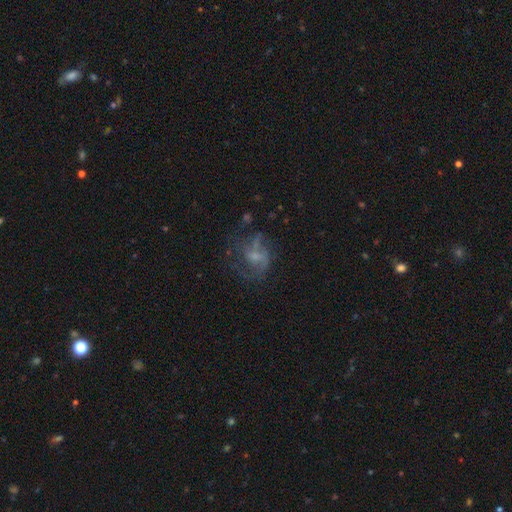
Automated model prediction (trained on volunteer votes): Overall: featured or disk (63%). Edge-on disk: no (97%). Bar: no (59%; weak 35%). Spiral arms: yes (68%; no 32%). Bulge size: small (40%; none 28%). Merging: none (46%; major disturbance 32%).